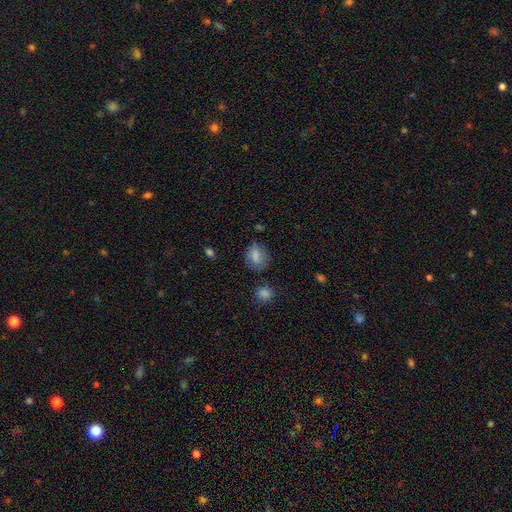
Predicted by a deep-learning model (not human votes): Smooth or featured?
  - smooth: 78% *
  - featured or disk: 11%
  - star or artifact: 11%
How rounded?
  - in between: 50% *
  - round: 48%
  - cigar-shaped: 1%
Merging?
  - none: 64% *
  - minor disturbance: 24%
  - major disturbance: 9%
  - merger: 3%